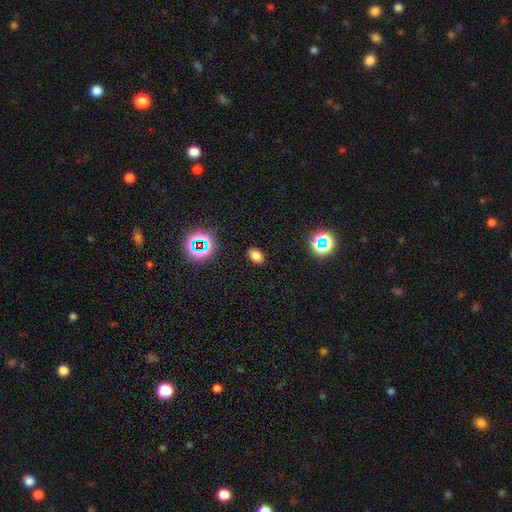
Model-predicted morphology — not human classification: Q: Smooth or featured?
A: smooth (74%); runner-up: star or artifact (20%)
Q: How rounded?
A: in between (81%); runner-up: round (18%)
Q: Merging?
A: none (88%); runner-up: minor disturbance (8%)